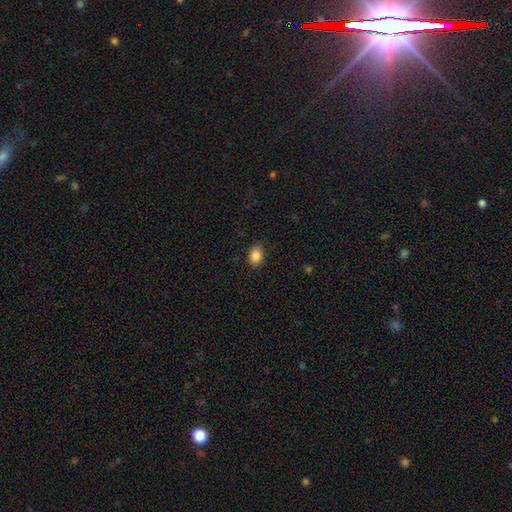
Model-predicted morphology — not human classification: This appears to be a smooth galaxy with no disk features (86%) that is in between round and cigar-shaped (70%). Merging: none (87%).